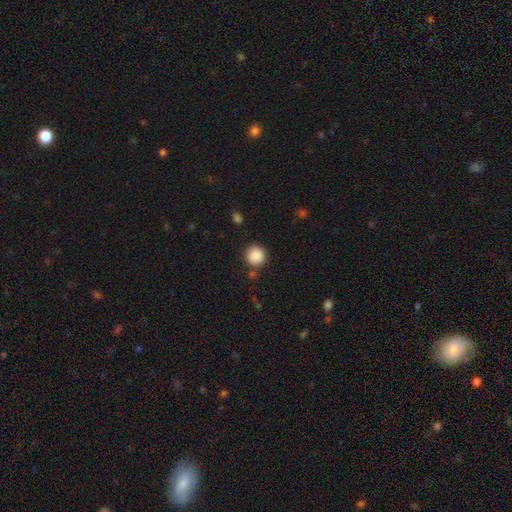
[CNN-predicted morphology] type=smooth (88%); roundness=round (92%); merging=none (84%).